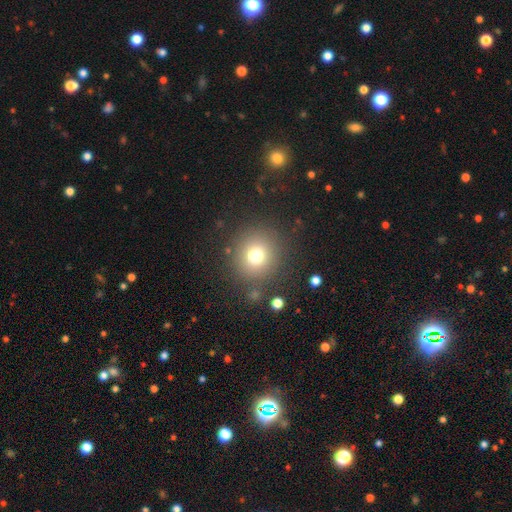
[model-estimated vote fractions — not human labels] This is likely a smooth galaxy (74%). How rounded: clearly round (93%). Merging: clearly none (84%).